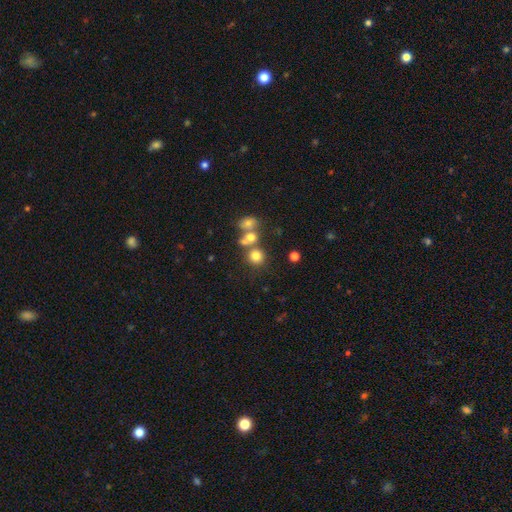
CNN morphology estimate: Q: Smooth or featured?
A: smooth (73%); runner-up: star or artifact (15%)
Q: How rounded?
A: round (86%); runner-up: in between (13%)
Q: Merging?
A: none (56%); runner-up: merger (30%)